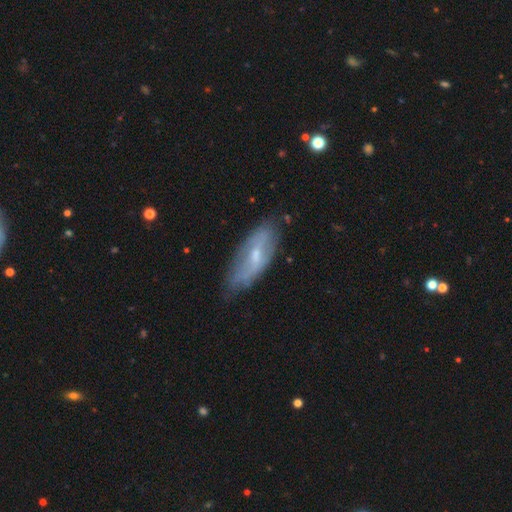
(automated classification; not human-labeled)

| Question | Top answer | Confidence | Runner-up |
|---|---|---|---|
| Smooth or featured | featured or disk | 55% | smooth (38%) |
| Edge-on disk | no | 79% | yes (21%) |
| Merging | none | 62% | minor disturbance (28%) |